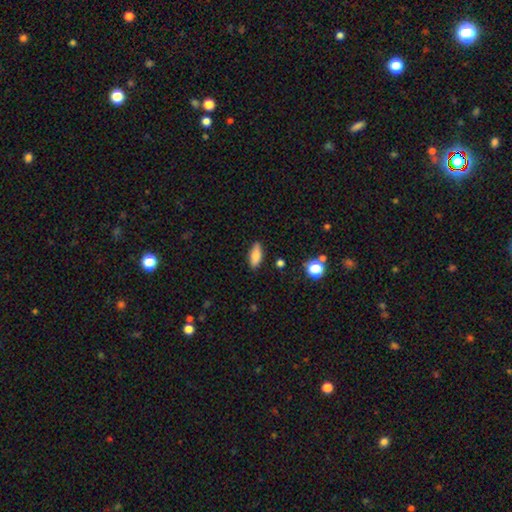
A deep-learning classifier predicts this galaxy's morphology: Q: Smooth or featured?
A: smooth (82%); runner-up: featured or disk (9%)
Q: How rounded?
A: in between (73%); runner-up: cigar-shaped (23%)
Q: Merging?
A: none (84%); runner-up: minor disturbance (11%)